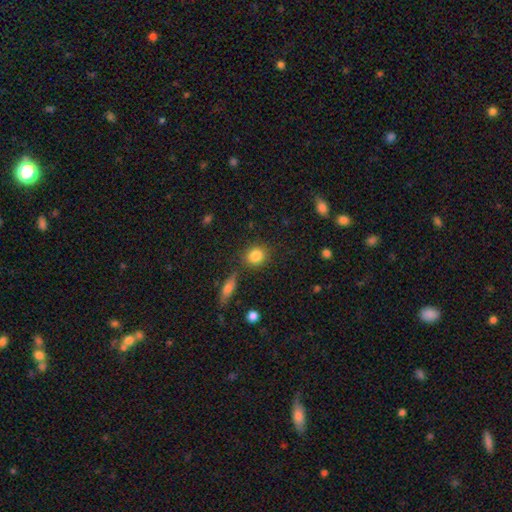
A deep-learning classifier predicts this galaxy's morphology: Smooth or featured? Predicted: smooth (p=0.84). How rounded? Predicted: round (p=0.77). Merging? Predicted: none (p=0.83).